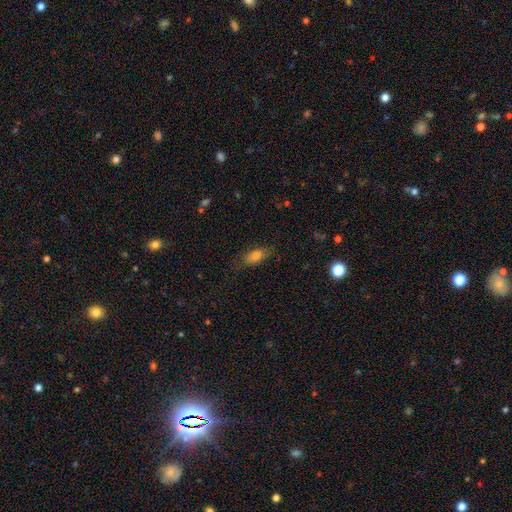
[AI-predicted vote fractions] Smooth or featured? smooth (76%)
How rounded? in between (80%)
Merging? none (74%)